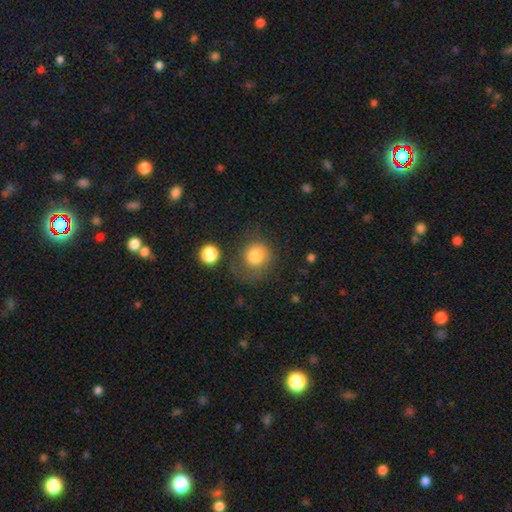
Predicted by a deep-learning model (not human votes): The model was most divided on "merging": none: 53%, minor disturbance: 24%, major disturbance: 19%, merger: 4%. More confident: smooth or featured — smooth (81%); how rounded — round (78%).